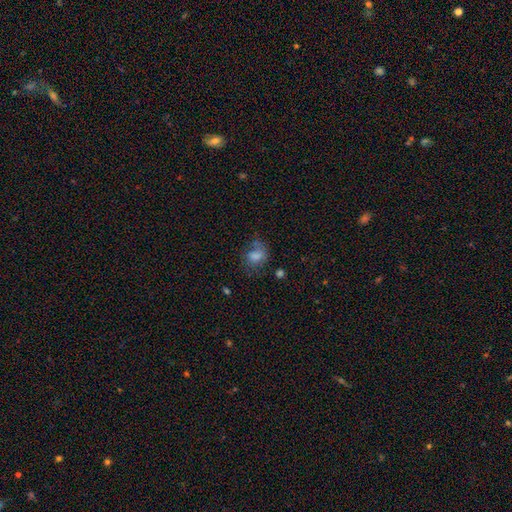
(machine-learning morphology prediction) Overall: smooth (67%). How rounded: in between (61%; round 37%). Merging: none (42%; minor disturbance 27%).